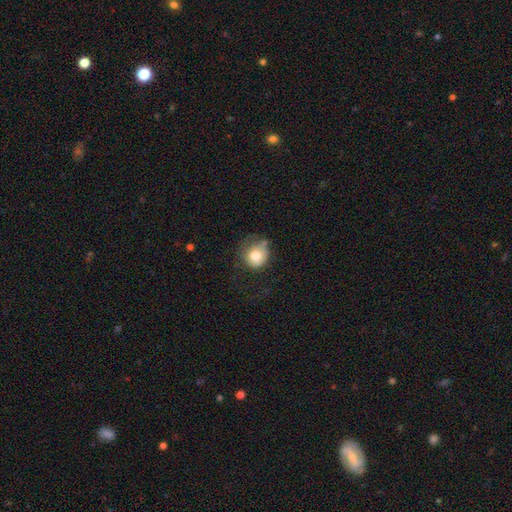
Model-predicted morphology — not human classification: A smooth galaxy with no disk features (77%) that is round (84%).

Vote fractions:
- Smooth or featured? smooth: 77% / featured or disk: 14% / star or artifact: 10%
- How rounded? round: 84% / in between: 15% / cigar-shaped: 1%
- Merging? none: 50% / minor disturbance: 28% / major disturbance: 16% / merger: 6%